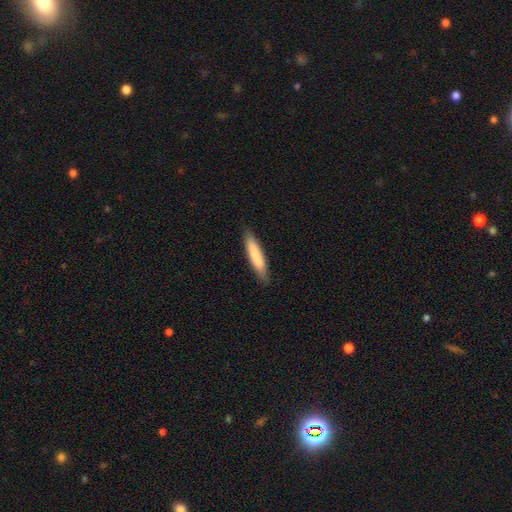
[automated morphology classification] Smooth or featured?
  - smooth: 81% *
  - featured or disk: 14%
  - star or artifact: 5%
How rounded?
  - cigar-shaped: 85% *
  - in between: 13%
  - round: 1%
Merging?
  - none: 87% *
  - minor disturbance: 10%
  - major disturbance: 2%
  - merger: 1%